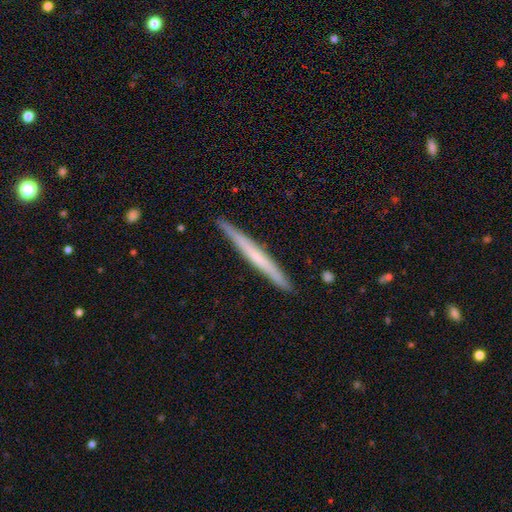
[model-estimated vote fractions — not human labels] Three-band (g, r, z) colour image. It shows a smooth galaxy with no disk features (48%). Merging: none (91%).